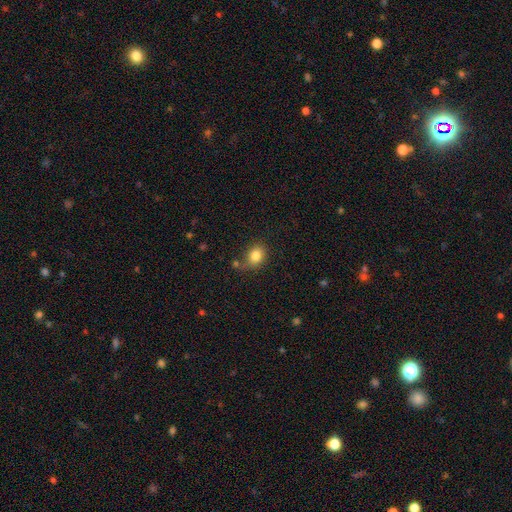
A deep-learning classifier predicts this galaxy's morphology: A smooth galaxy with no disk features (83%) that is round (56%).

Vote fractions:
- Smooth or featured? smooth: 83% / star or artifact: 10% / featured or disk: 7%
- How rounded? round: 56% / in between: 43% / cigar-shaped: 1%
- Merging? none: 66% / minor disturbance: 19% / merger: 8% / major disturbance: 6%